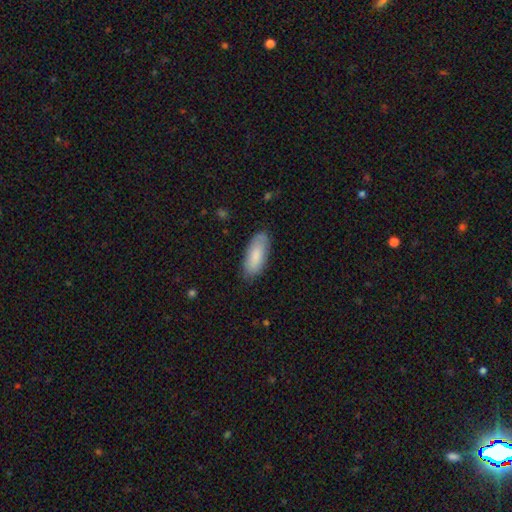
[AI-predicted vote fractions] smooth 83%, featured or disk 11%, star or artifact 5%. Down the decision tree: how rounded — in between (81%); merging — none (81%).